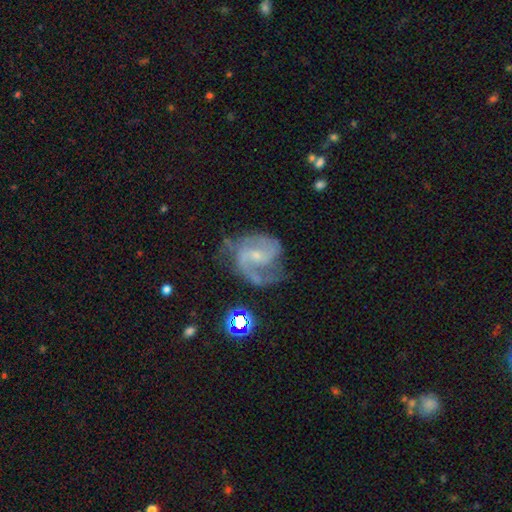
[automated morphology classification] smooth_or_featured: featured or disk (p=0.85) [alt: smooth p=0.08]
disk_edge_on: no (p=0.98) [alt: yes p=0.02]
bar: weak (p=0.45) [alt: no p=0.43]
has_spiral_arms: yes (p=0.96) [alt: no p=0.04]
spiral_winding: medium (p=0.53) [alt: loose p=0.25]
spiral_arm_count: 2 (p=0.73) [alt: 1 p=0.08]
bulge_size: small (p=0.69) [alt: moderate p=0.24]
merging: none (p=0.55) [alt: minor disturbance p=0.24]